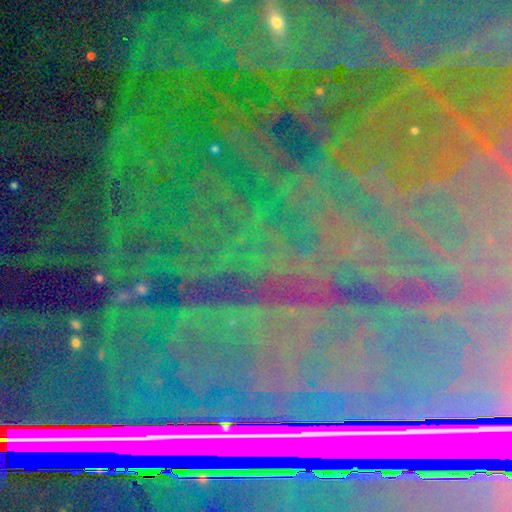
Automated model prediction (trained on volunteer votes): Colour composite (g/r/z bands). It shows a star or artifact, not a galaxy (87%).